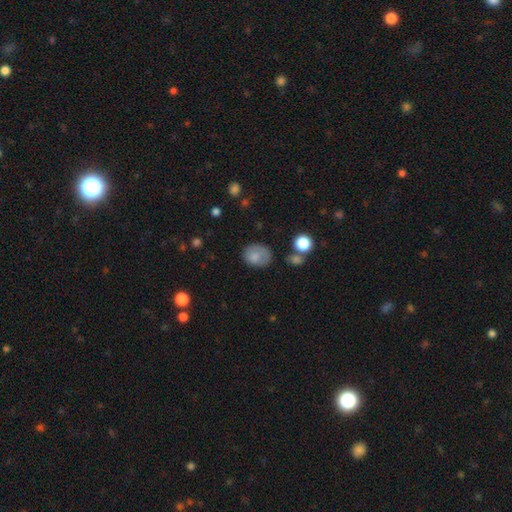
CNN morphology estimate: smooth 79%, featured or disk 12%, star or artifact 9%. Down the decision tree: how rounded — in between (53%); merging — none (61%).